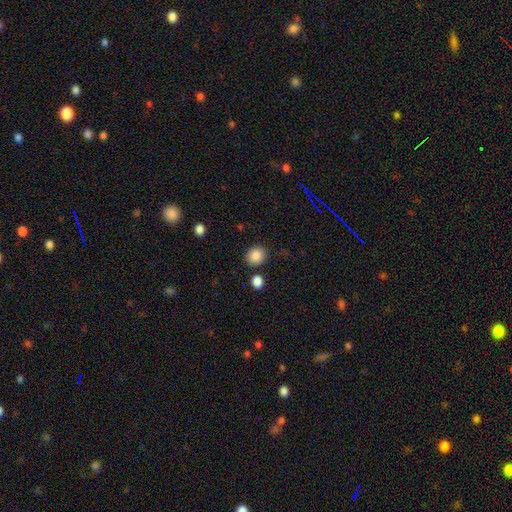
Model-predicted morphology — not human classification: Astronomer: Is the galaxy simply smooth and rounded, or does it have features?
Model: smooth — 87%.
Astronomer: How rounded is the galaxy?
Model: round — 80%.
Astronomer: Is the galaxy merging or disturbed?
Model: none — 83%.